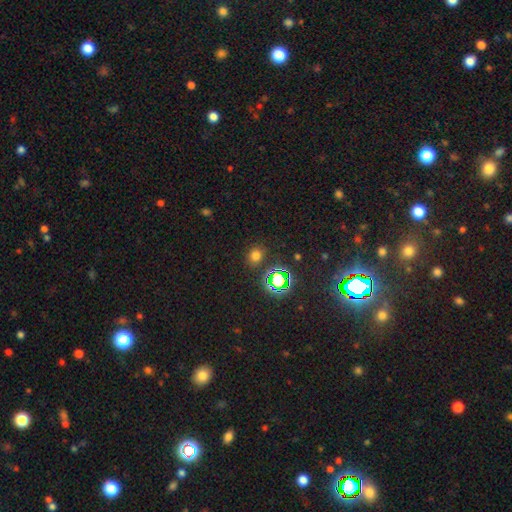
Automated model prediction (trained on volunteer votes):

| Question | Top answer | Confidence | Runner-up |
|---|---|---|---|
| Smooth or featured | smooth | 68% | star or artifact (26%) |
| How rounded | round | 70% | in between (29%) |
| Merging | none | 85% | minor disturbance (9%) |